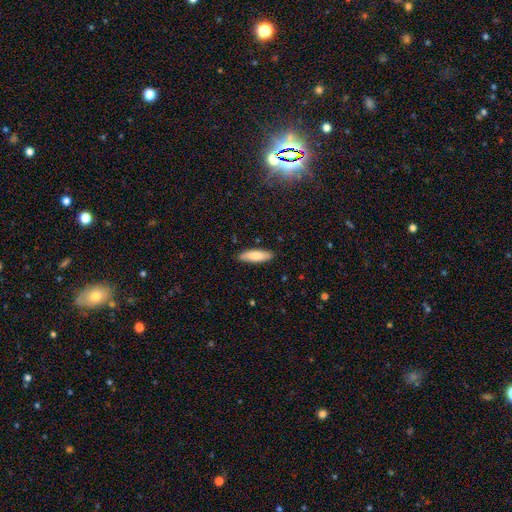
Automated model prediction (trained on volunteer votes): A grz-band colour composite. It shows a smooth galaxy with no disk features (82%) that is cigar-shaped (55%). Merging: none (88%).